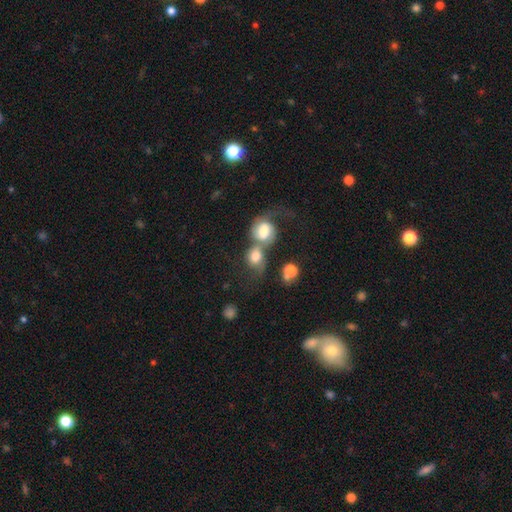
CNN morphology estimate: smooth-or-featured: smooth: 52% | featured or disk: 30% | star or artifact: 19%
  how-rounded: round: 76% | in between: 22% | cigar-shaped: 2%
  merging: merger: 54% | none: 23% | major disturbance: 14% | minor disturbance: 9%